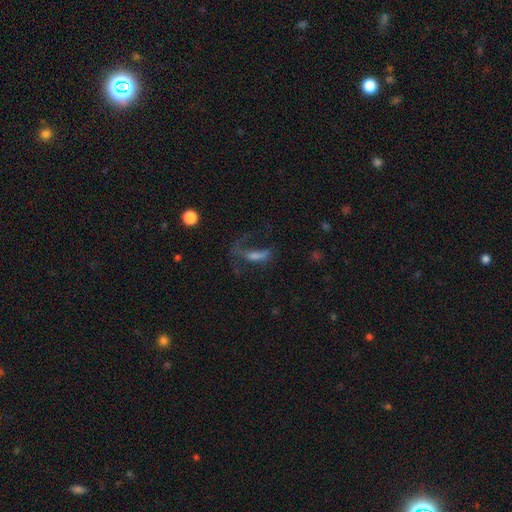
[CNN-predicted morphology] Overall: featured or disk (47%; smooth 36%). Merging: major disturbance (51%; none 30%).